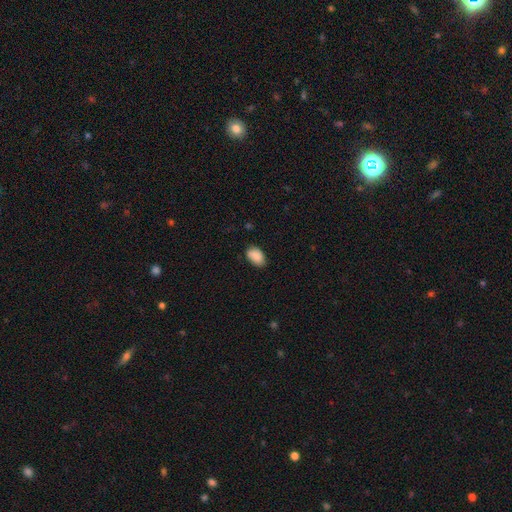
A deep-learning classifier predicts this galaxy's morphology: This is clearly a smooth galaxy (89%). How rounded: clearly in between (92%). Merging: likely none (78%).